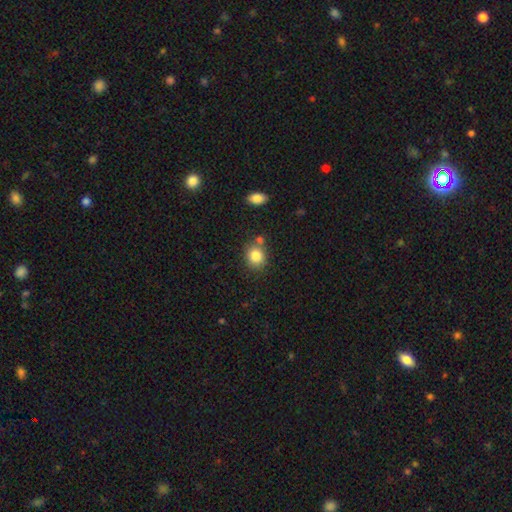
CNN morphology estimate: Smooth or featured?
  - smooth: 84% *
  - star or artifact: 10%
  - featured or disk: 7%
How rounded?
  - round: 72% *
  - in between: 27%
  - cigar-shaped: 1%
Merging?
  - none: 70% *
  - merger: 15%
  - minor disturbance: 12%
  - major disturbance: 3%